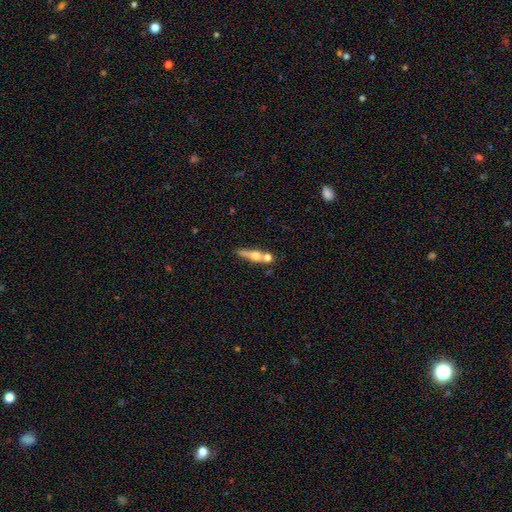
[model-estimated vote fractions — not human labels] Smooth or featured? Predicted: smooth (p=0.47). Merging? Predicted: none (p=0.41).